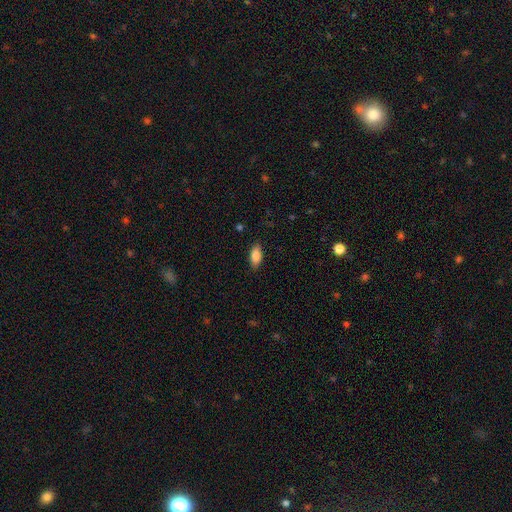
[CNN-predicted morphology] The model was most divided on "merging": none: 86%, minor disturbance: 10%, major disturbance: 2%, merger: 1%. More confident: how rounded — in between (88%); smooth or featured — smooth (85%).